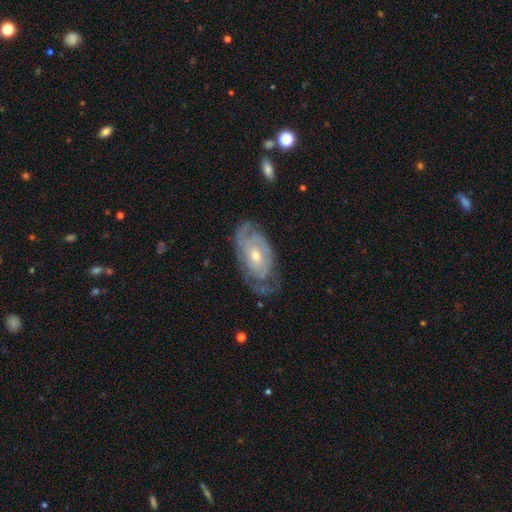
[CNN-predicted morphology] Smooth or featured: featured or disk — 80% (smooth — 15%)
Edge-on disk: no — 94% (yes — 6%)
Bar: no — 74% (weak — 22%)
Spiral arms: yes — 88% (no — 12%)
Spiral winding: tight — 64% (medium — 27%)
Spiral arm count: can't tell — 43% (2 — 30%)
Bulge size: moderate — 52% (small — 44%)
Merging: none — 63% (minor disturbance — 23%)